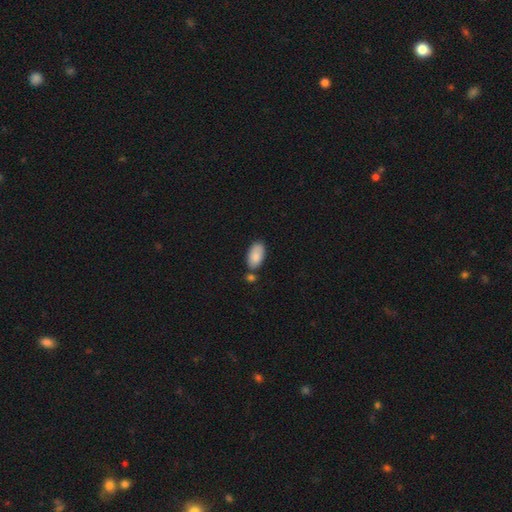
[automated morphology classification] Q: Smooth or featured?
A: smooth (85%); runner-up: featured or disk (8%)
Q: How rounded?
A: in between (94%); runner-up: cigar-shaped (3%)
Q: Merging?
A: none (65%); runner-up: minor disturbance (16%)